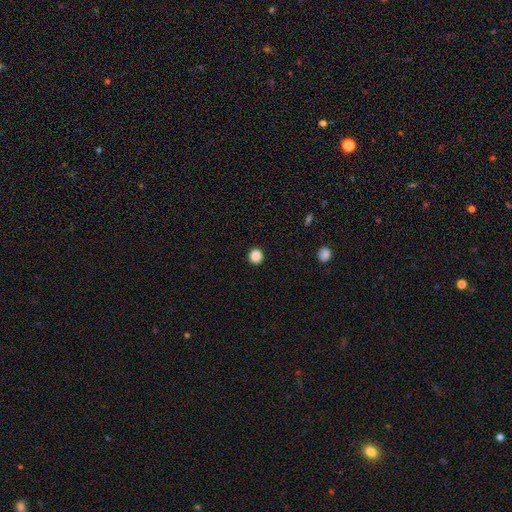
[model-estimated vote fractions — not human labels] Smooth or featured? Predicted: smooth (p=0.87). How rounded? Predicted: round (p=0.94). Merging? Predicted: none (p=0.93).